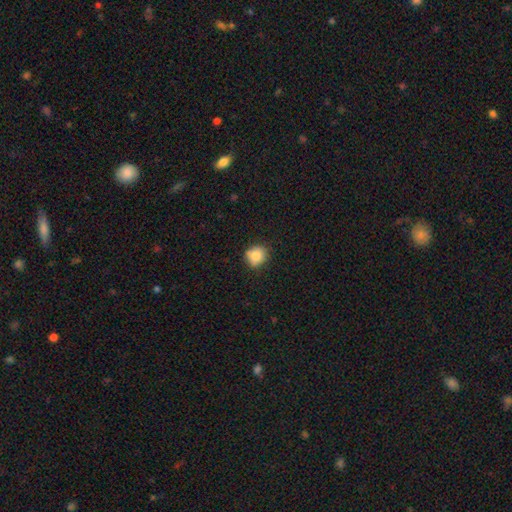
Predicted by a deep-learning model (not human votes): The model was most divided on "how rounded": round: 81%, in between: 18%, cigar-shaped: 1%. More confident: smooth or featured — smooth (85%); merging — none (80%).